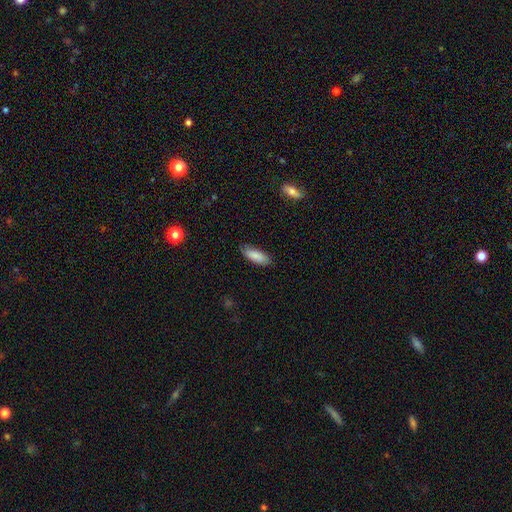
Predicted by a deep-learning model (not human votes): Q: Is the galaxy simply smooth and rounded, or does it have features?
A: smooth — 86%.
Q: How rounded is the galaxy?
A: in between — 76%.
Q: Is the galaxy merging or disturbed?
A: none — 81%.